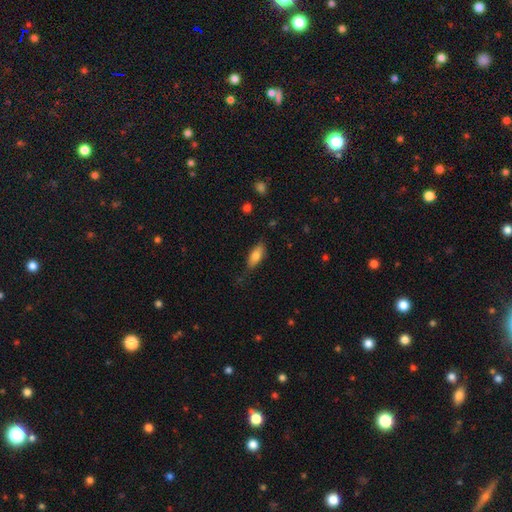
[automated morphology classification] Overall: smooth (76%). How rounded: in between (79%). Merging: none (70%).